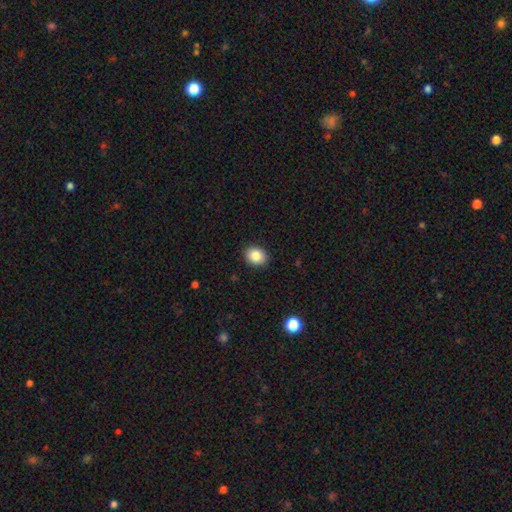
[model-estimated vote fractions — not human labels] The model was most divided on "how rounded": in between: 51%, round: 48%, cigar-shaped: 1%. More confident: merging — none (90%); smooth or featured — smooth (86%).